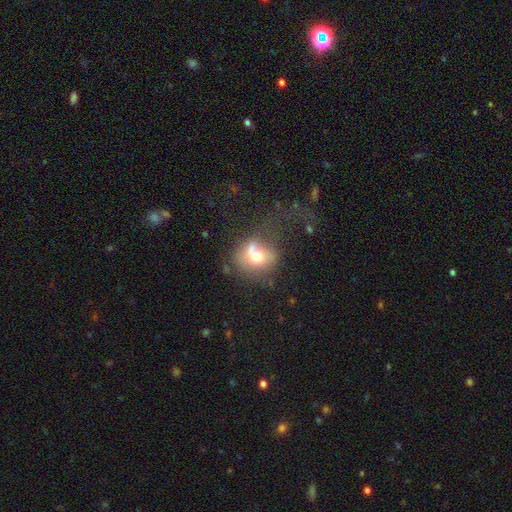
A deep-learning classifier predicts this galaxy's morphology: Smooth or featured?
  - smooth: 62% *
  - featured or disk: 26%
  - star or artifact: 12%
How rounded?
  - round: 68% *
  - in between: 30%
  - cigar-shaped: 1%
Merging?
  - none: 37% *
  - major disturbance: 29%
  - minor disturbance: 23%
  - merger: 11%